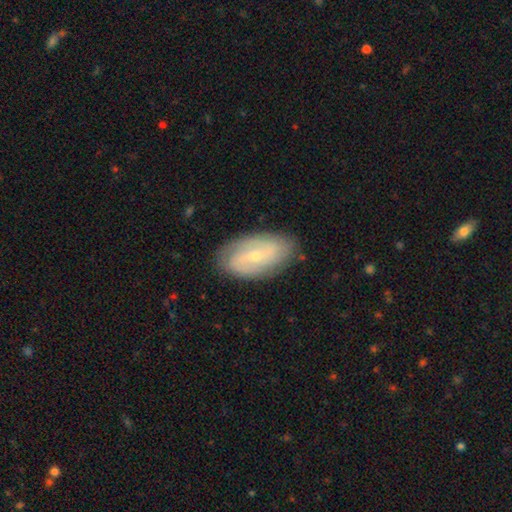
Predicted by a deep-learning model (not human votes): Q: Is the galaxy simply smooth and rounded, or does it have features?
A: featured or disk — 71%.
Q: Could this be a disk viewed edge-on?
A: no — 94%.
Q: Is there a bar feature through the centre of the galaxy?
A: weak — 46%.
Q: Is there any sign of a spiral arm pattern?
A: yes — 87%.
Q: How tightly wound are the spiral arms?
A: medium — 40%.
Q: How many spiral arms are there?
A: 2 — 69%.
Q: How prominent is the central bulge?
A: small — 67%.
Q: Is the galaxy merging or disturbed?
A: none — 82%.